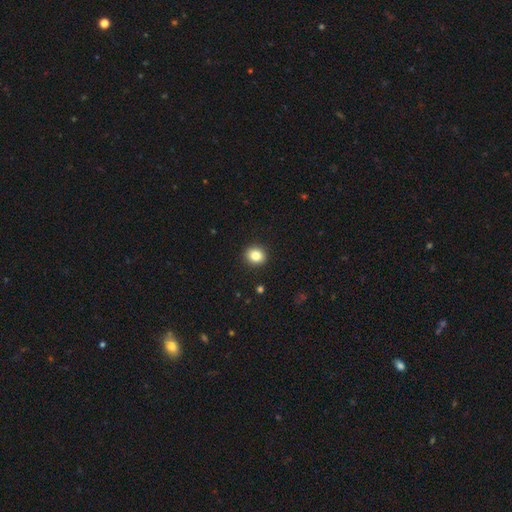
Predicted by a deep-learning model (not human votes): This appears to be a smooth galaxy with no disk features (83%) that is round (81%). Merging: none (92%).